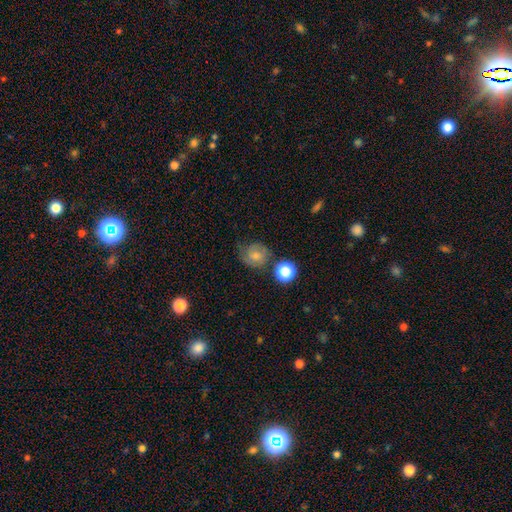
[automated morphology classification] This is likely a smooth galaxy (65%). How rounded: clearly round (83%). Merging: possibly none (57%).